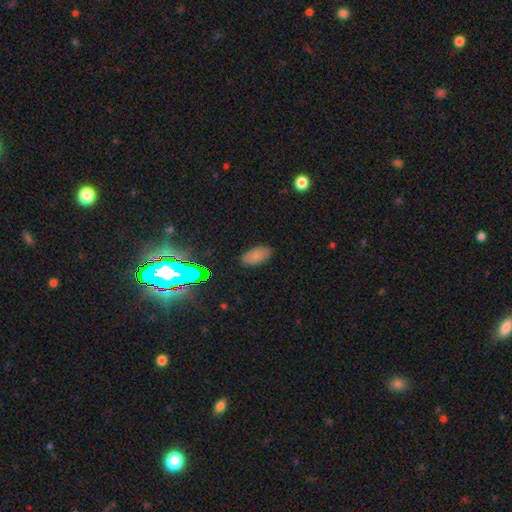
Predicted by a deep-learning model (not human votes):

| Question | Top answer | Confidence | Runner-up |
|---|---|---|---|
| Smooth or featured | smooth | 80% | star or artifact (13%) |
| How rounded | in between | 93% | cigar-shaped (5%) |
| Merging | none | 86% | minor disturbance (10%) |